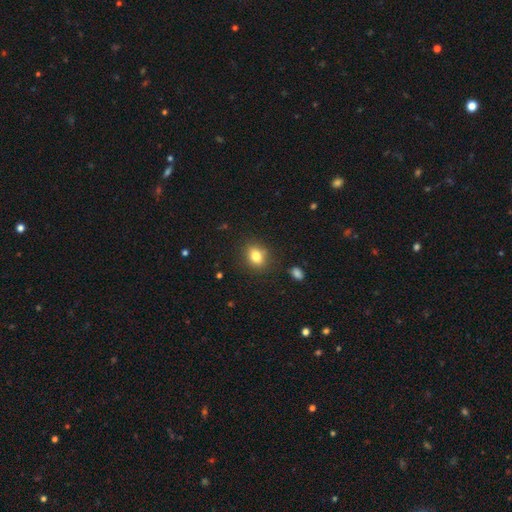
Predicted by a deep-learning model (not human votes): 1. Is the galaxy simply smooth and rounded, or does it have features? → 81% smooth, 11% star or artifact, 8% featured or disk.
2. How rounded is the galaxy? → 52% in between, 47% round, 1% cigar-shaped.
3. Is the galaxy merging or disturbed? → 85% none, 10% minor disturbance, 3% major disturbance, 2% merger.